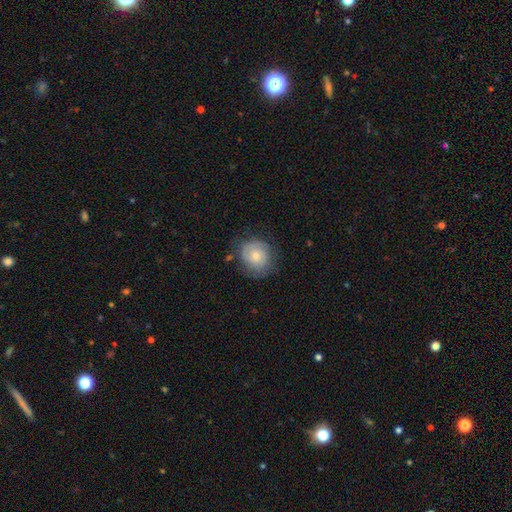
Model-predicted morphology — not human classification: A smooth galaxy with no disk features (62%) that is round (80%). Merging: none (67%).